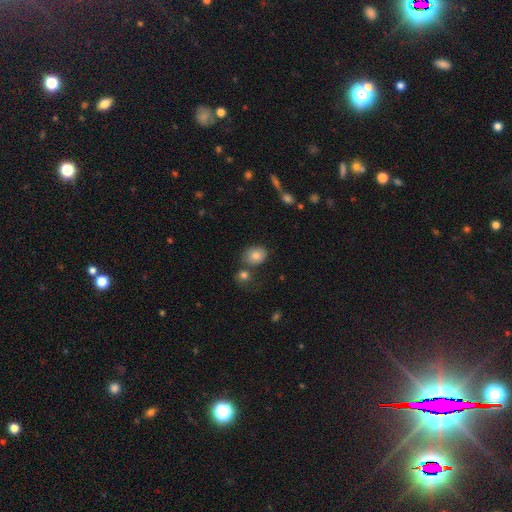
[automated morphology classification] The model was most divided on "how rounded": in between: 50%, round: 49%, cigar-shaped: 1%. More confident: smooth or featured — smooth (82%); merging — none (66%).